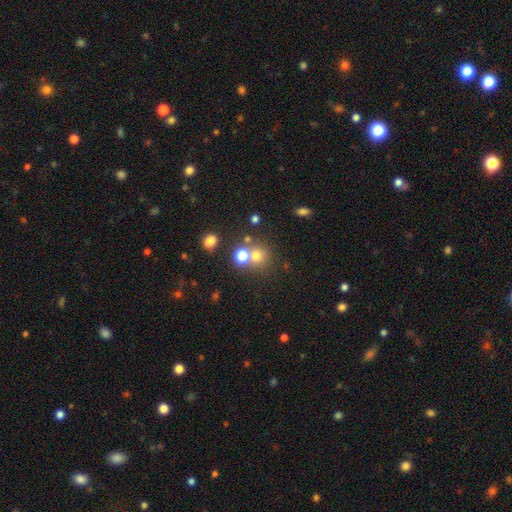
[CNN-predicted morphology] Smooth or featured?
  - smooth: 70% *
  - star or artifact: 19%
  - featured or disk: 11%
How rounded?
  - round: 85% *
  - in between: 14%
  - cigar-shaped: 1%
Merging?
  - none: 57% *
  - merger: 30%
  - minor disturbance: 8%
  - major disturbance: 4%